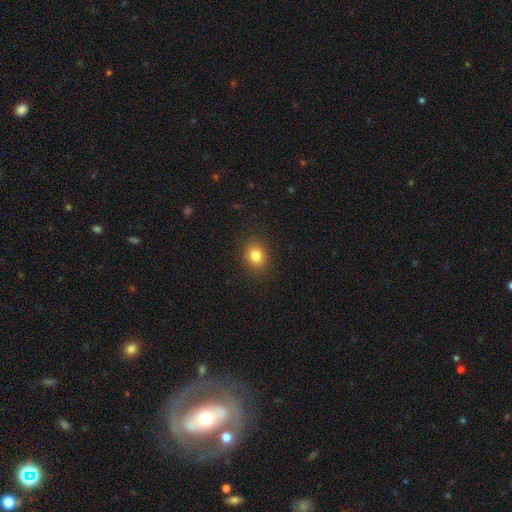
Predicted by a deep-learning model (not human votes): Smooth or featured? Predicted: smooth (p=0.82). How rounded? Predicted: round (p=0.57). Merging? Predicted: none (p=0.89).